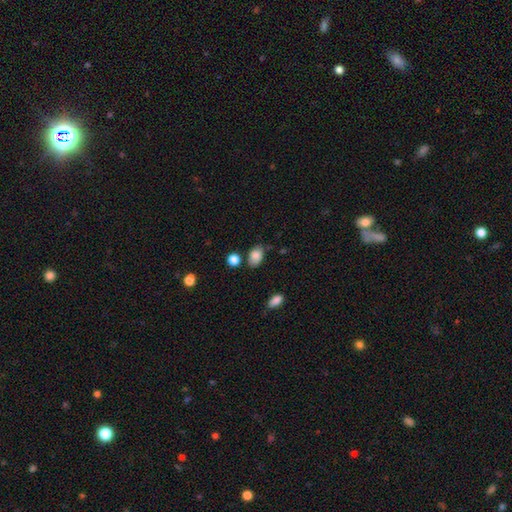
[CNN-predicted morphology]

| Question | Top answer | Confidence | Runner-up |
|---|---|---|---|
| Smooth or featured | smooth | 84% | star or artifact (9%) |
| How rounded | in between | 84% | round (15%) |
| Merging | none | 65% | minor disturbance (23%) |